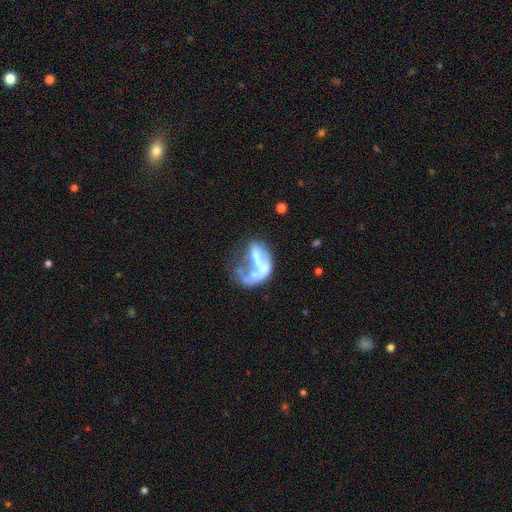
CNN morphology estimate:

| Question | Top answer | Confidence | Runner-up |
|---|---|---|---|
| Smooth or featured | featured or disk | 61% | smooth (28%) |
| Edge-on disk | no | 97% | yes (3%) |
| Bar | no | 75% | weak (16%) |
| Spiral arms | no | 83% | yes (17%) |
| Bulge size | none | 44% | moderate (27%) |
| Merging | major disturbance | 38% | merger (35%) |